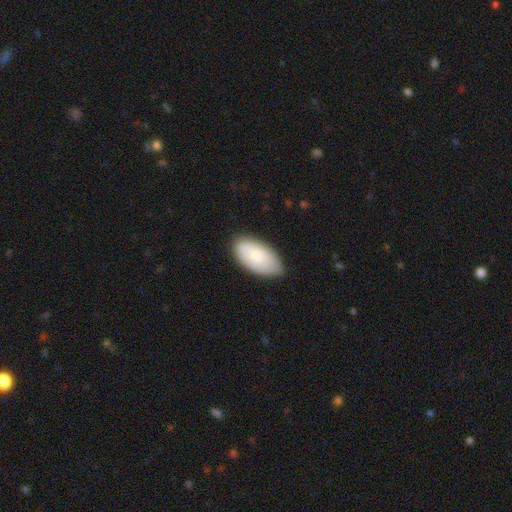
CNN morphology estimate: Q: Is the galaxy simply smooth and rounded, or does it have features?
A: smooth — 75%.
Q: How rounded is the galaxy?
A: in between — 95%.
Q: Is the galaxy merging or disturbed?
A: none — 82%.